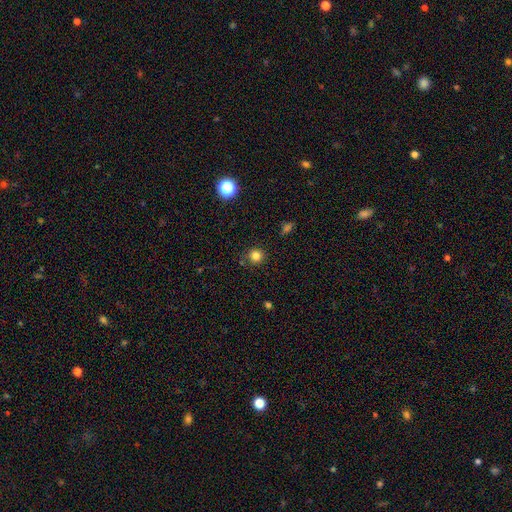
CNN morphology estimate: Smooth or featured? Predicted: smooth (p=0.82). How rounded? Predicted: round (p=0.93). Merging? Predicted: none (p=0.87).